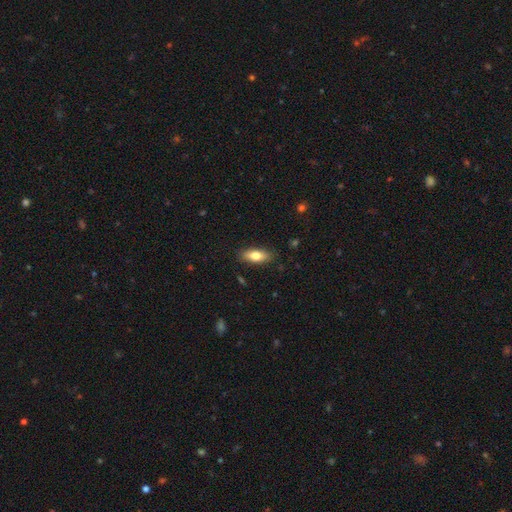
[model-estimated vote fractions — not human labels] Smooth or featured?
  - smooth: 77% *
  - featured or disk: 16%
  - star or artifact: 7%
How rounded?
  - in between: 77% *
  - cigar-shaped: 20%
  - round: 3%
Merging?
  - none: 87% *
  - minor disturbance: 10%
  - major disturbance: 2%
  - merger: 1%